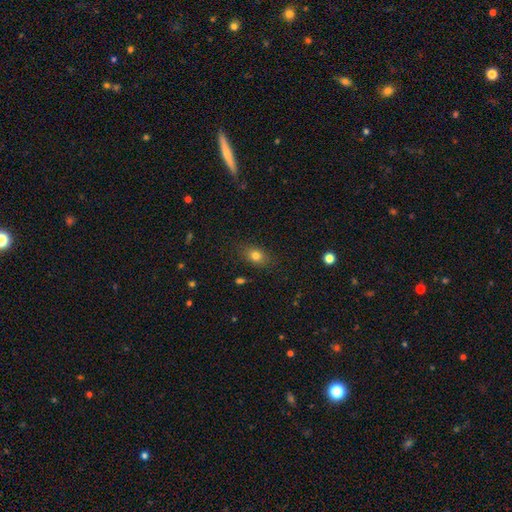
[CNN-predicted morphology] type=smooth (80%); roundness=in between (69%); merging=none (83%).